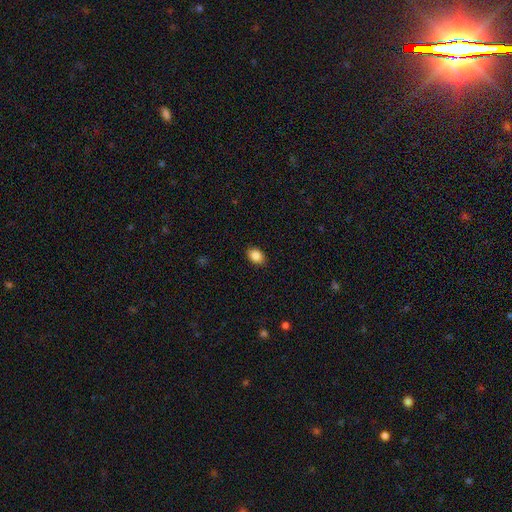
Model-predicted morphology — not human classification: Smooth or featured? Predicted: smooth (p=0.87). How rounded? Predicted: in between (p=0.77). Merging? Predicted: none (p=0.88).